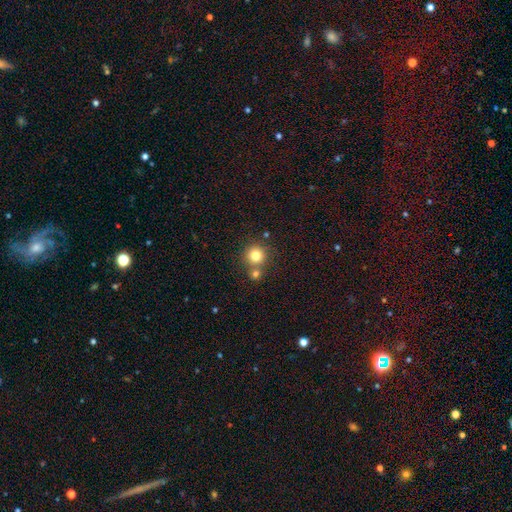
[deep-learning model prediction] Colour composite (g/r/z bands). It shows a smooth galaxy with no disk features (79%) that is round (92%). Merging: none (64%).